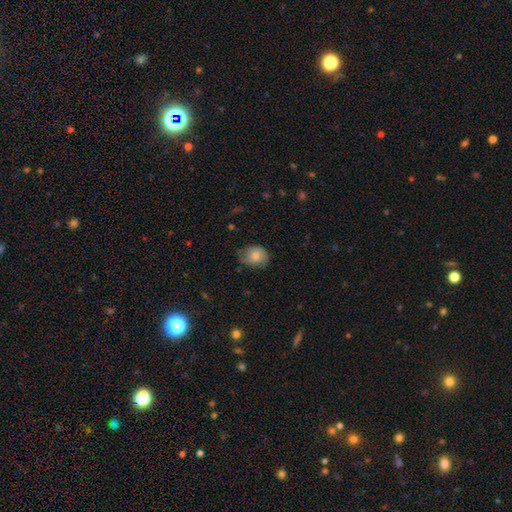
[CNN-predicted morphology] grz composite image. It shows a smooth galaxy with no disk features (72%) that is round (57%). Merging: none (55%).